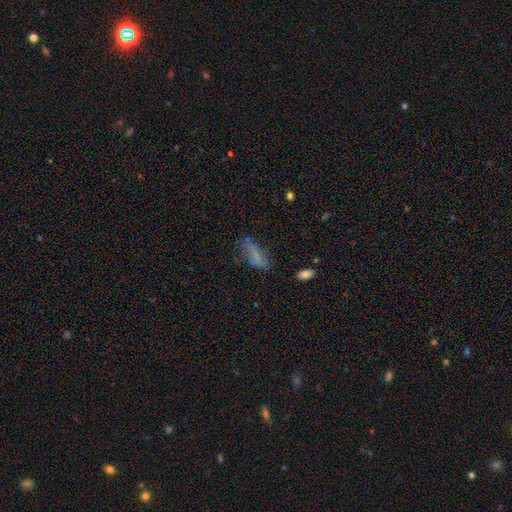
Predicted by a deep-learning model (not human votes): The model was most divided on "how rounded": in between: 54%, cigar-shaped: 43%, round: 3%. More confident: smooth or featured — smooth (68%); merging — none (53%).